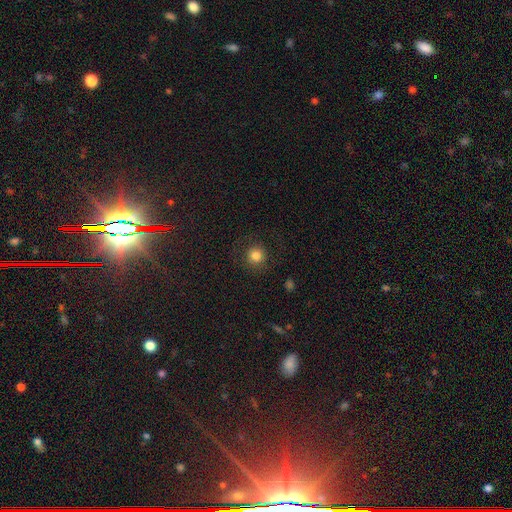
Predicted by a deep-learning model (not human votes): A smooth galaxy with no disk features (82%) that is round (94%). Merging: none (88%).